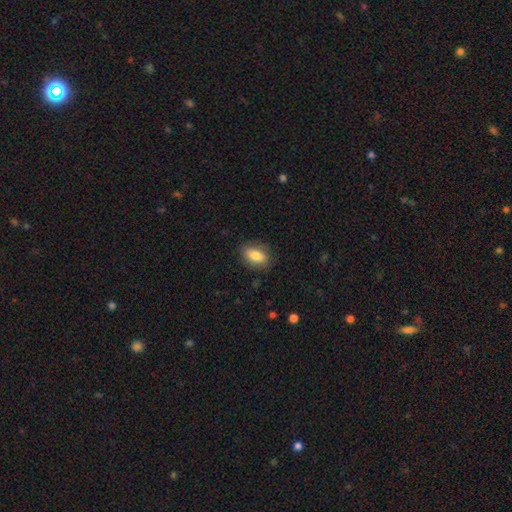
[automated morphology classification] Smooth or featured? smooth (83%)
How rounded? in between (87%)
Merging? none (84%)